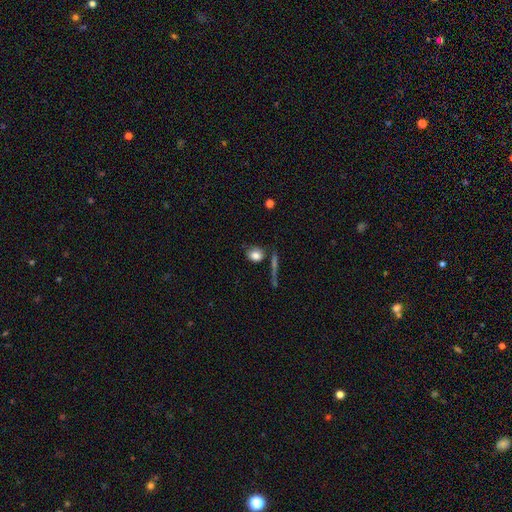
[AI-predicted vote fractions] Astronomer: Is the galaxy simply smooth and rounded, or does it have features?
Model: smooth — 81%.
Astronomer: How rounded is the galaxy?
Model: round — 50% (runner-up: in between, 46%).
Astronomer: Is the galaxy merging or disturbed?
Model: none — 64%.